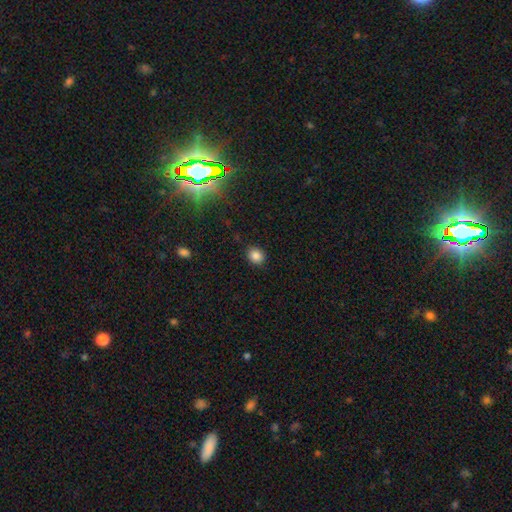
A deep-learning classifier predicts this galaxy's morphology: This appears to be a smooth galaxy with no disk features (85%) that is round (68%). Merging: none (89%).